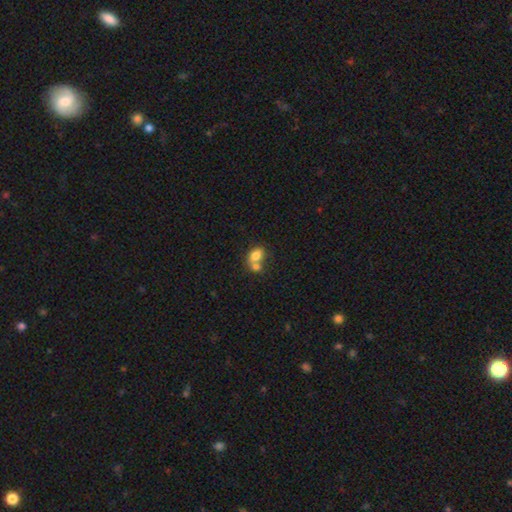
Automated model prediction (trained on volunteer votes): Overall: smooth (78%). How rounded: in between (77%). Merging: merger (55%; none 32%).